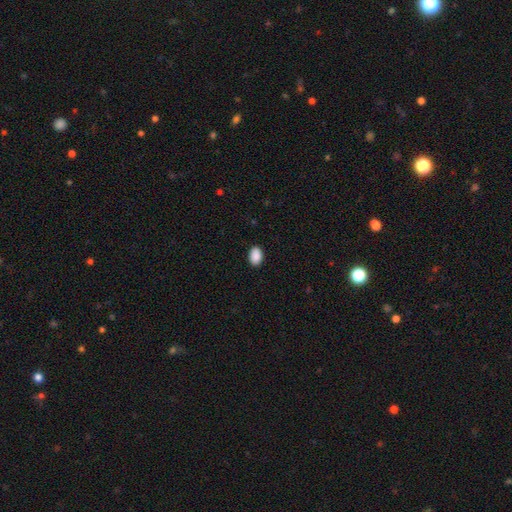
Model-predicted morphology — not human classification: smooth 90%, star or artifact 7%, featured or disk 3%. Down the decision tree: how rounded — in between (85%); merging — none (89%).